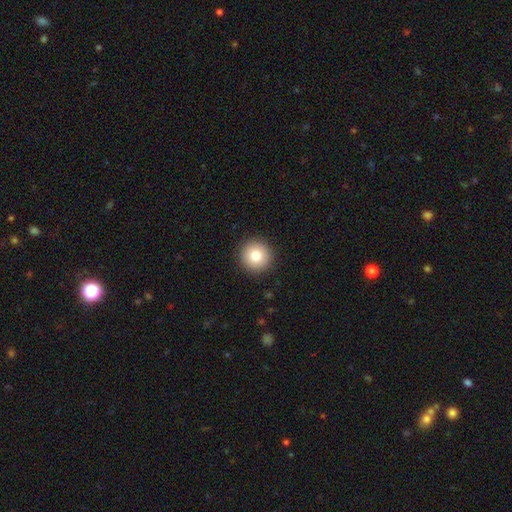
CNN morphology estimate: The model was most divided on "smooth or featured": smooth: 82%, star or artifact: 9%, featured or disk: 9%. More confident: how rounded — round (95%); merging — none (92%).